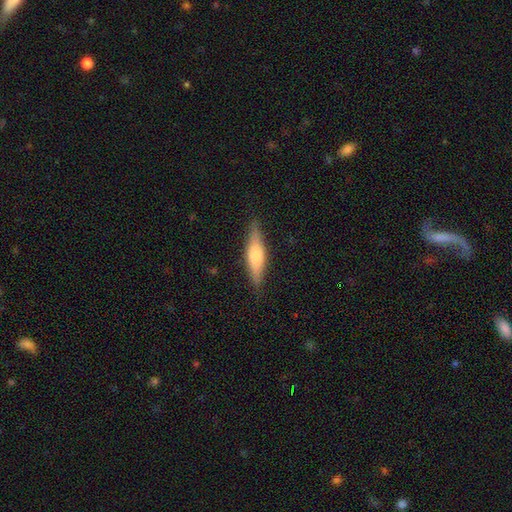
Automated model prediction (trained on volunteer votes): Smooth or featured? smooth (59%)
How rounded? cigar-shaped (66%)
Merging? none (83%)